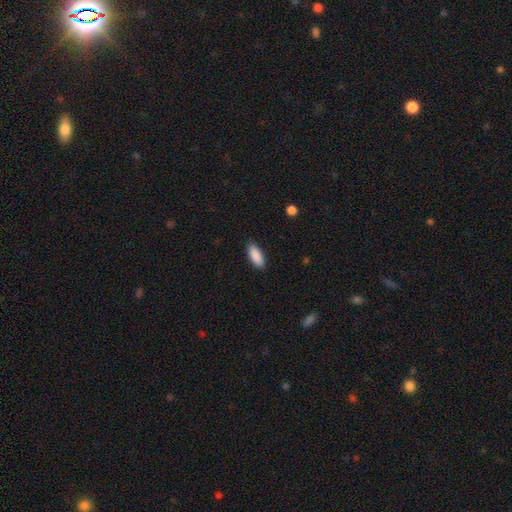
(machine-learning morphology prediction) smooth-or-featured: smooth: 90% | star or artifact: 6% | featured or disk: 4%
  how-rounded: in between: 79% | cigar-shaped: 19% | round: 2%
  merging: none: 88% | minor disturbance: 9% | major disturbance: 2% | merger: 1%